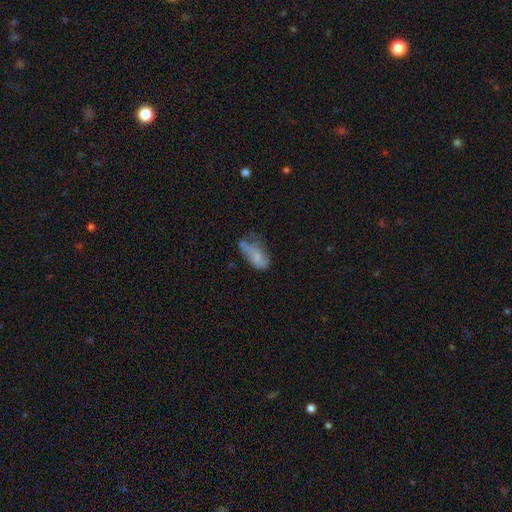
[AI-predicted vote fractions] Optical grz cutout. It shows a smooth galaxy with no disk features (62%) that is in between round and cigar-shaped (88%). Merging: minor disturbance (31%).